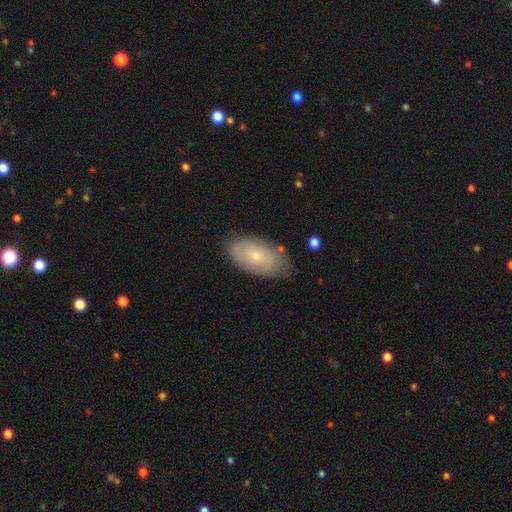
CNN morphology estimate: smooth_or_featured: smooth (p=0.59) [alt: featured or disk p=0.34]
how_rounded: in between (p=0.93) [alt: round p=0.04]
merging: none (p=0.75) [alt: minor disturbance p=0.19]